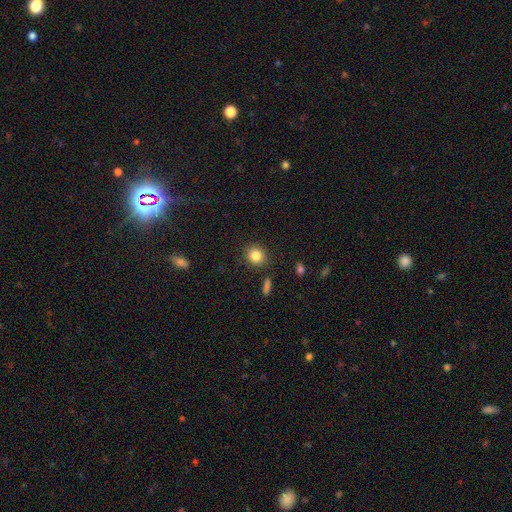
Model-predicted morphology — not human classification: A smooth galaxy with no disk features (85%) that is round (73%). Merging: none (86%).